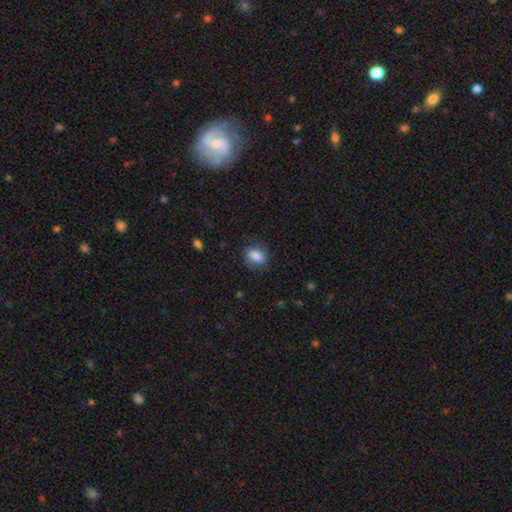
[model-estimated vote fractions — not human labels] This appears to be a smooth galaxy with no disk features (83%) that is in between round and cigar-shaped (75%). Merging: none (78%).